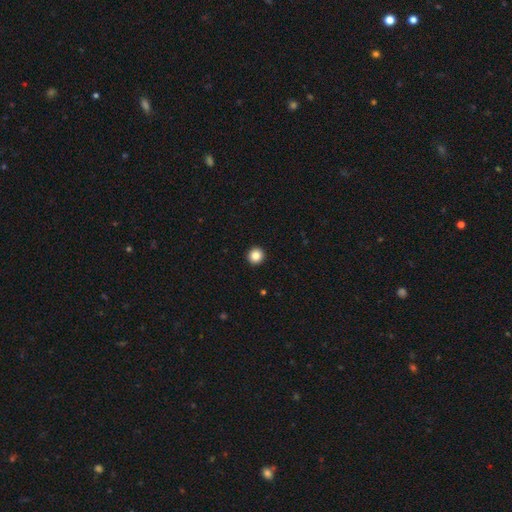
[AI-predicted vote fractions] Smooth or featured? Predicted: smooth (p=0.86). How rounded? Predicted: round (p=0.95). Merging? Predicted: none (p=0.94).